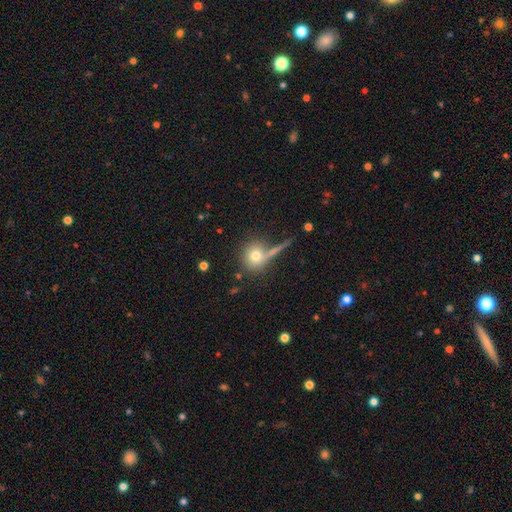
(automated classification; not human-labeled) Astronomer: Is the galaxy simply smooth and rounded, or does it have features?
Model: smooth — 74%.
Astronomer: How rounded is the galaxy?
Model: round — 87%.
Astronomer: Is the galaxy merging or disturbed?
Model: none — 59%.